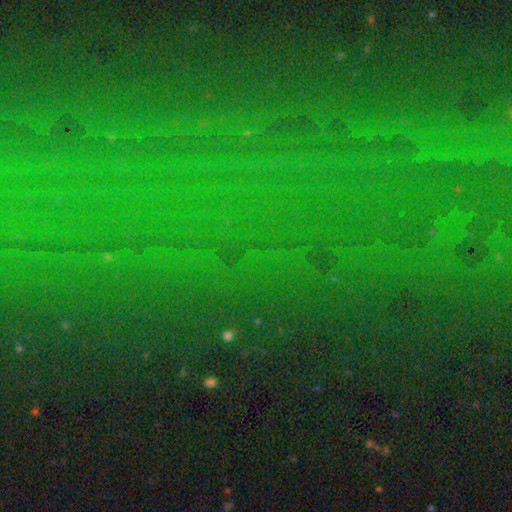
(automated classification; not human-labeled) smooth_or_featured: star or artifact (p=0.82) [alt: smooth p=0.10]